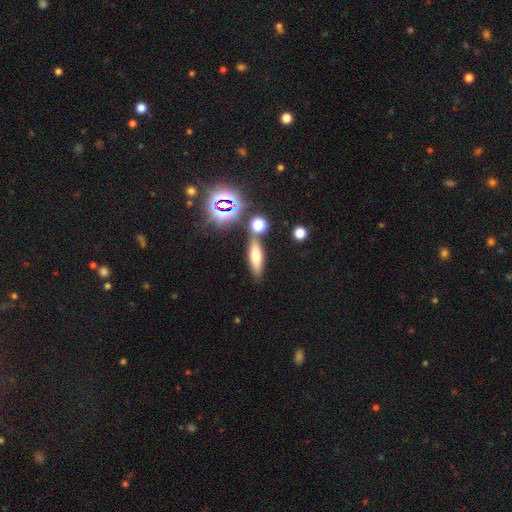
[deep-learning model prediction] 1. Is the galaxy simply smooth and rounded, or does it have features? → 57% smooth, 26% featured or disk, 17% star or artifact.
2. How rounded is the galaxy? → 53% cigar-shaped, 39% in between, 8% round.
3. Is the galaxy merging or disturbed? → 77% none, 10% minor disturbance, 9% merger, 4% major disturbance.